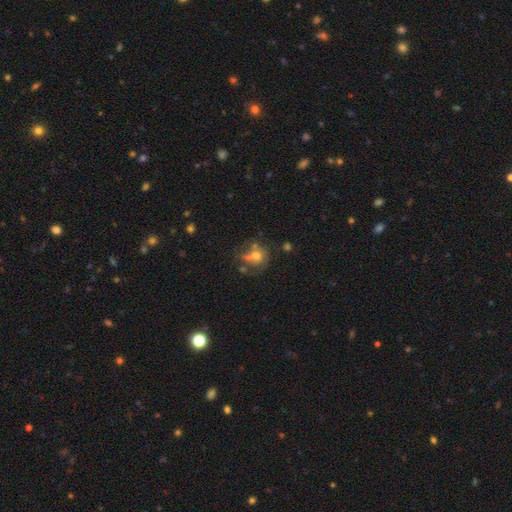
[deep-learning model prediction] A smooth galaxy with no disk features (52%) that is round (65%). Merging: none (39%).